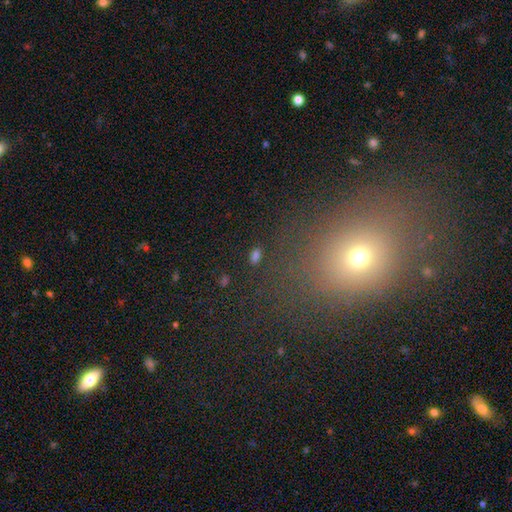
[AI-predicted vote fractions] smooth 72%, star or artifact 21%, featured or disk 7%. Down the decision tree: how rounded — in between (88%); merging — none (83%).